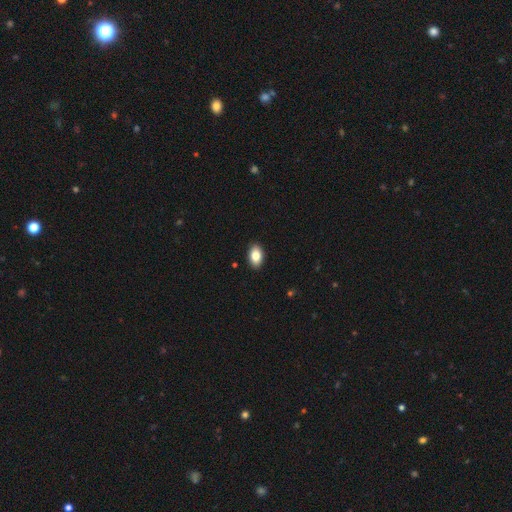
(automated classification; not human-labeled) Q: Smooth or featured?
A: smooth (84%); runner-up: featured or disk (8%)
Q: How rounded?
A: in between (90%); runner-up: round (8%)
Q: Merging?
A: none (91%); runner-up: minor disturbance (7%)